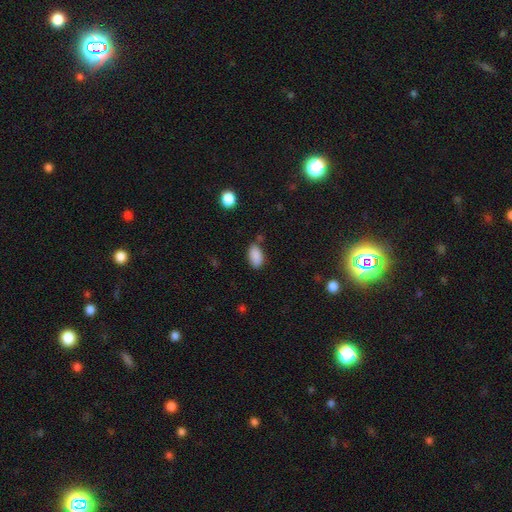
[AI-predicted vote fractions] A smooth galaxy with no disk features (88%) that is in between round and cigar-shaped (94%). Merging: none (76%).